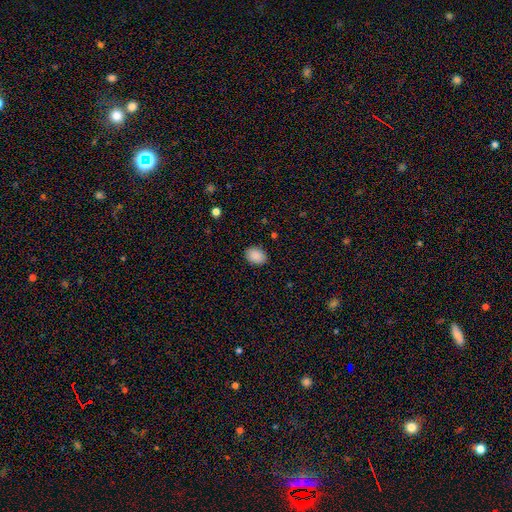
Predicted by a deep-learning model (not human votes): Q: Smooth or featured?
A: smooth (89%); runner-up: star or artifact (8%)
Q: How rounded?
A: in between (67%); runner-up: round (32%)
Q: Merging?
A: none (88%); runner-up: minor disturbance (9%)